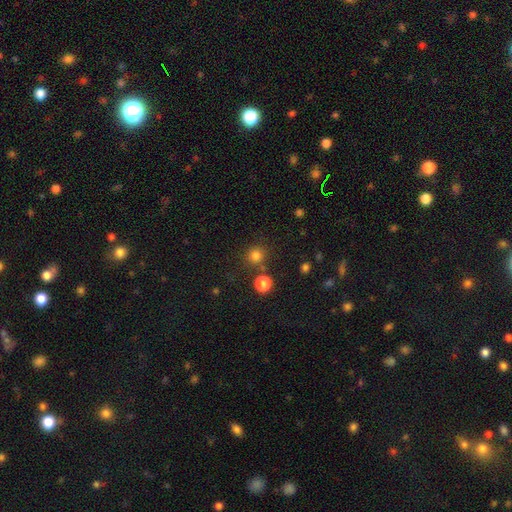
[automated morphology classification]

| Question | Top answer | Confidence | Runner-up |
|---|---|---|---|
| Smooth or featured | smooth | 80% | star or artifact (15%) |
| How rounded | round | 92% | in between (7%) |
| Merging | none | 80% | merger (8%) |